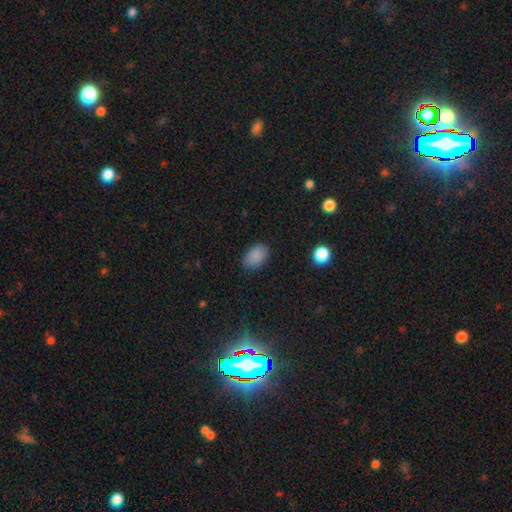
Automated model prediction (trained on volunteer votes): A smooth galaxy with no disk features (87%) that is in between round and cigar-shaped (88%).

Vote fractions:
- Smooth or featured? smooth: 87% / star or artifact: 9% / featured or disk: 4%
- How rounded? in between: 88% / round: 11% / cigar-shaped: 1%
- Merging? none: 83% / minor disturbance: 13% / major disturbance: 3% / merger: 1%